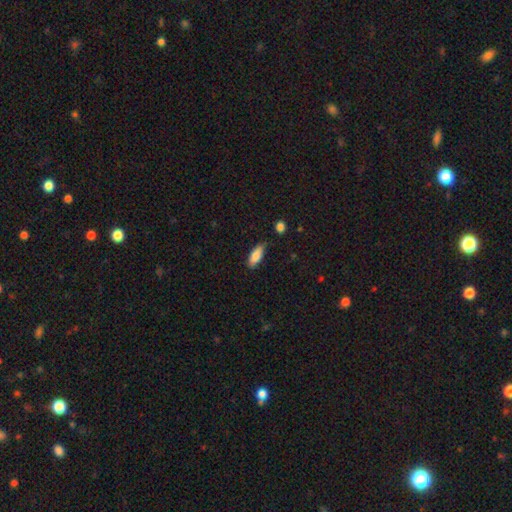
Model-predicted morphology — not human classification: The model was most divided on "how rounded": in between: 75%, cigar-shaped: 23%, round: 2%. More confident: smooth or featured — smooth (84%); merging — none (75%).